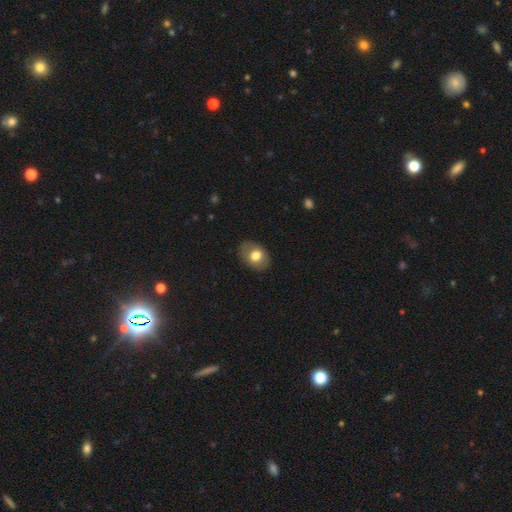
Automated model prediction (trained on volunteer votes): Smooth or featured? smooth (73%)
How rounded? in between (71%)
Merging? none (83%)